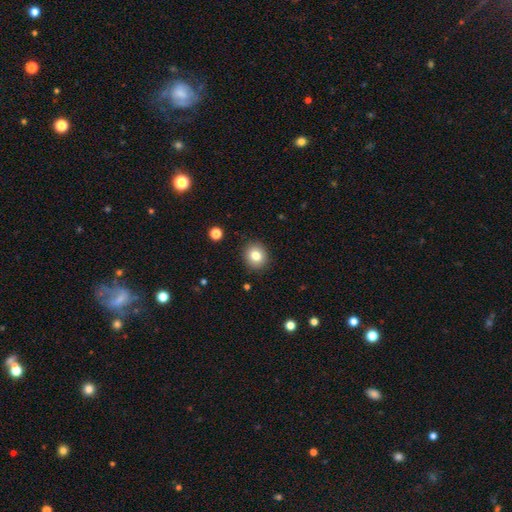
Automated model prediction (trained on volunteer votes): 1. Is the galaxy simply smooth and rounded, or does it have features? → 81% smooth, 11% star or artifact, 8% featured or disk.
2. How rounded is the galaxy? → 82% round, 17% in between, 1% cigar-shaped.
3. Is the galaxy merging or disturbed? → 90% none, 7% minor disturbance, 2% major disturbance, 1% merger.